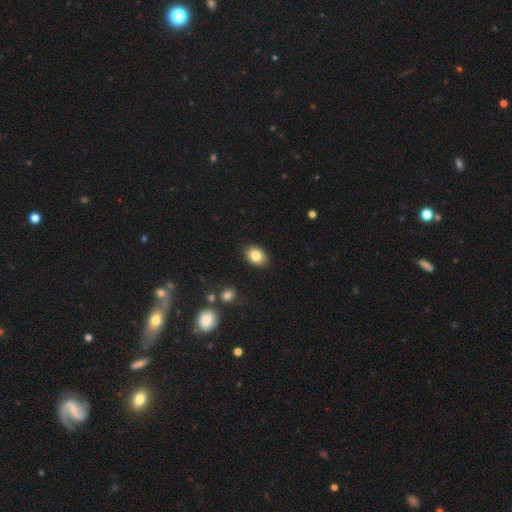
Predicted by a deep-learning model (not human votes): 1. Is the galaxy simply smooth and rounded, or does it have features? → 83% smooth, 9% star or artifact, 8% featured or disk.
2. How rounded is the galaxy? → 76% in between, 23% round, 1% cigar-shaped.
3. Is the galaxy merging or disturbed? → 89% none, 8% minor disturbance, 2% major disturbance, 1% merger.